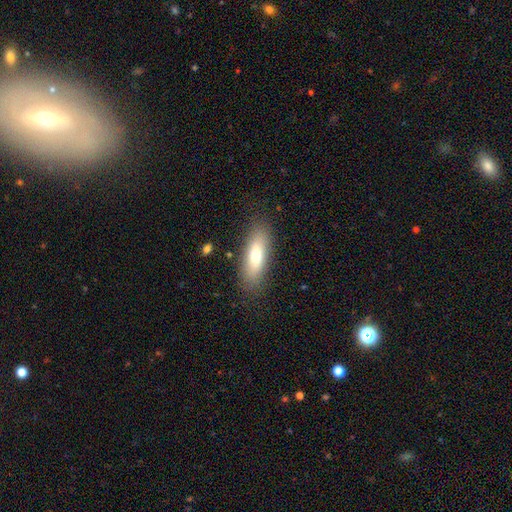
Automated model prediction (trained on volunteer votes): Q: Smooth or featured?
A: smooth (70%); runner-up: featured or disk (23%)
Q: How rounded?
A: in between (58%); runner-up: cigar-shaped (40%)
Q: Merging?
A: none (85%); runner-up: minor disturbance (11%)